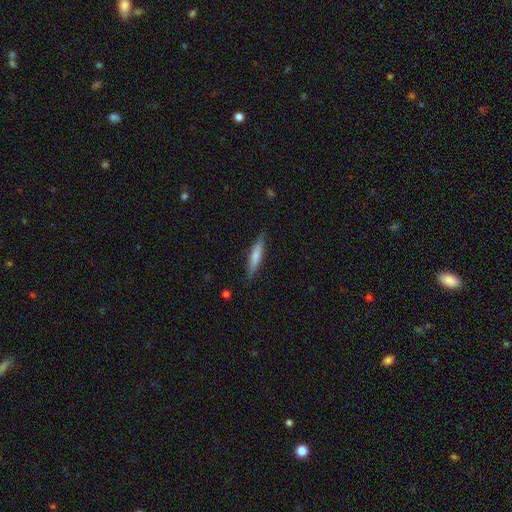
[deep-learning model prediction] smooth_or_featured: smooth (p=0.64) [alt: featured or disk p=0.30]
how_rounded: cigar-shaped (p=0.83) [alt: in between p=0.15]
merging: none (p=0.84) [alt: minor disturbance p=0.12]